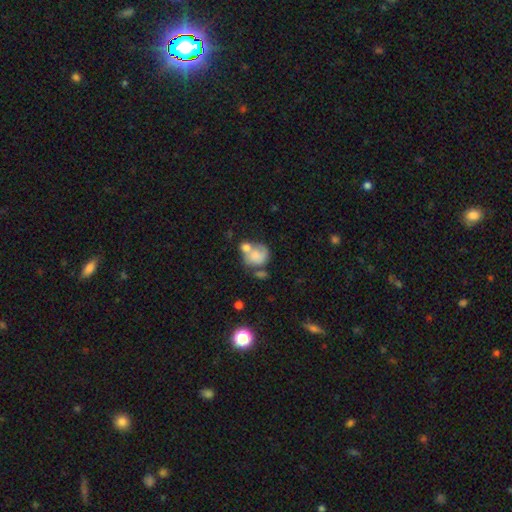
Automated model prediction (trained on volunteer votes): This appears to be a smooth galaxy with no disk features (64%) that is round (63%). Merging: merger (48%).